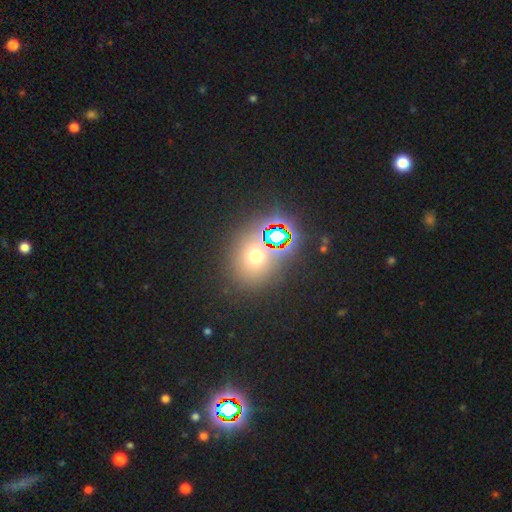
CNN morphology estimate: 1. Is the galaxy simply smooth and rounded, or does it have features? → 54% smooth, 36% star or artifact, 10% featured or disk.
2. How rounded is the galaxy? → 75% round, 23% in between, 1% cigar-shaped.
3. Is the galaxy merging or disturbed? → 78% none, 9% minor disturbance, 8% merger, 5% major disturbance.